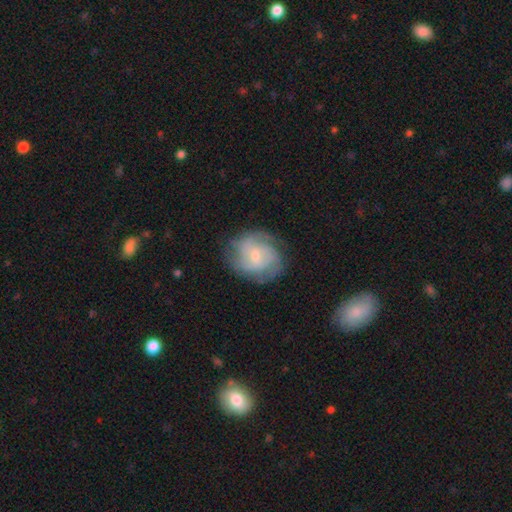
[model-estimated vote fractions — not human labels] Morphology: type=featured or disk (65%); edge-on=no (98%); bar=no (57%); spiral arms=yes (88%); winding=tight (47%); arm count=can't tell (35%); bulge=small (65%); merging=none (74%).